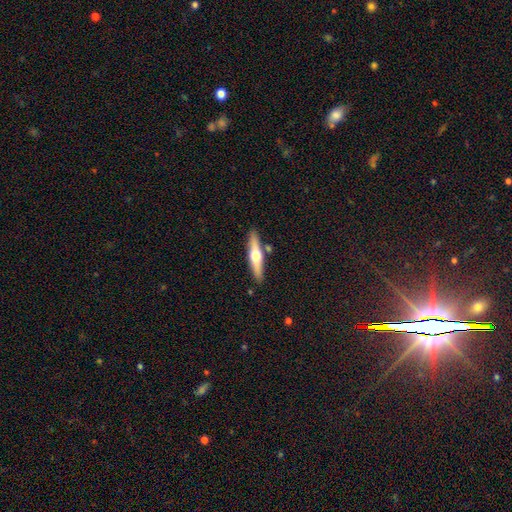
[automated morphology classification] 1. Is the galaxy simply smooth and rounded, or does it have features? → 54% featured or disk, 40% smooth, 5% star or artifact.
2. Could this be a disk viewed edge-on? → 94% yes, 6% no.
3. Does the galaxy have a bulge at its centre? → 94% rounded, 3% none, 3% boxy.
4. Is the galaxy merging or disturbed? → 84% none, 9% minor disturbance, 5% merger, 2% major disturbance.